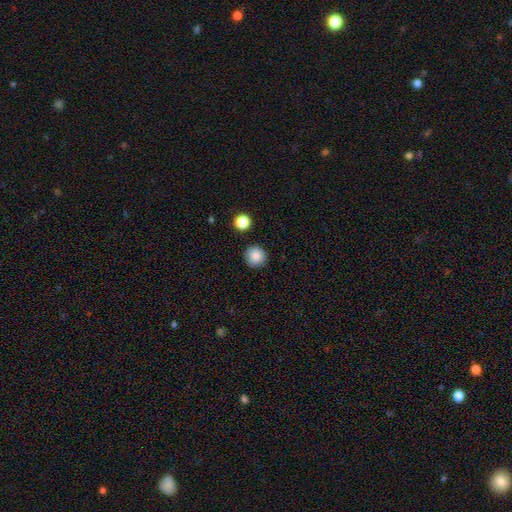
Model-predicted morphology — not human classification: smooth-or-featured: smooth: 86% | star or artifact: 9% | featured or disk: 4%
  how-rounded: round: 94% | in between: 5% | cigar-shaped: 1%
  merging: none: 88% | minor disturbance: 8% | major disturbance: 2% | merger: 2%